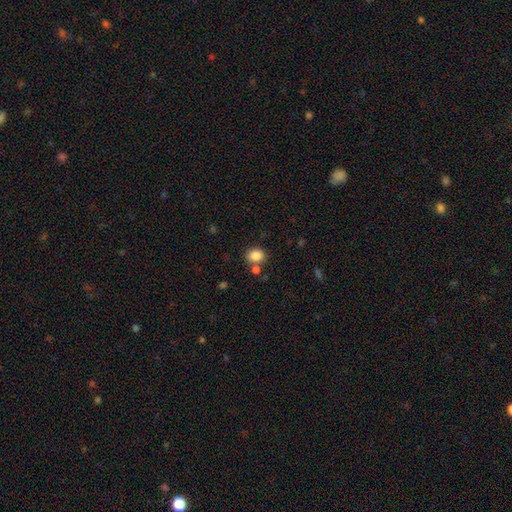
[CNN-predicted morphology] Q: Smooth or featured?
A: smooth (85%); runner-up: star or artifact (10%)
Q: How rounded?
A: round (64%); runner-up: in between (35%)
Q: Merging?
A: none (70%); runner-up: merger (15%)